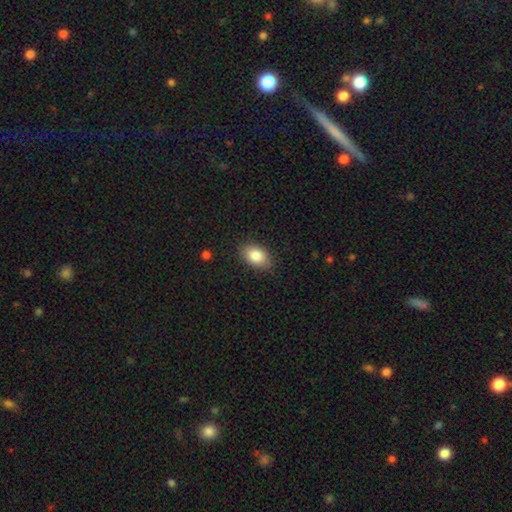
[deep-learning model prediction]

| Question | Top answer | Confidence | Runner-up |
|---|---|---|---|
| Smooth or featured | smooth | 84% | featured or disk (8%) |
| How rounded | in between | 87% | round (12%) |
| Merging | none | 86% | minor disturbance (11%) |